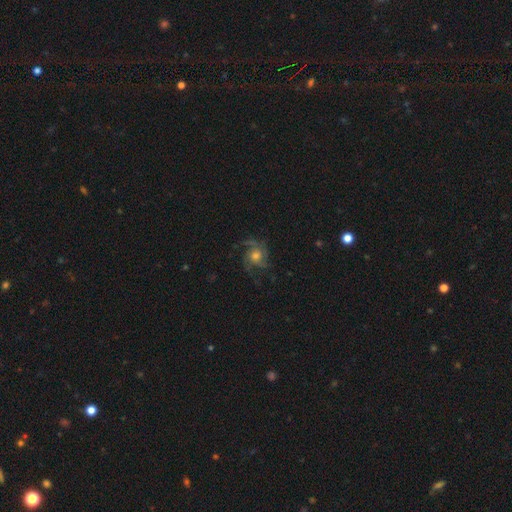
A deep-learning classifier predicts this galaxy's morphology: smooth_or_featured: featured or disk (p=0.80) [alt: smooth p=0.11]
disk_edge_on: no (p=0.98) [alt: yes p=0.02]
bar: no (p=0.77) [alt: weak p=0.20]
has_spiral_arms: yes (p=0.96) [alt: no p=0.04]
spiral_winding: medium (p=0.51) [alt: tight p=0.32]
spiral_arm_count: 3 (p=0.46) [alt: 4 p=0.15]
bulge_size: moderate (p=0.64) [alt: small p=0.18]
merging: none (p=0.70) [alt: minor disturbance p=0.16]